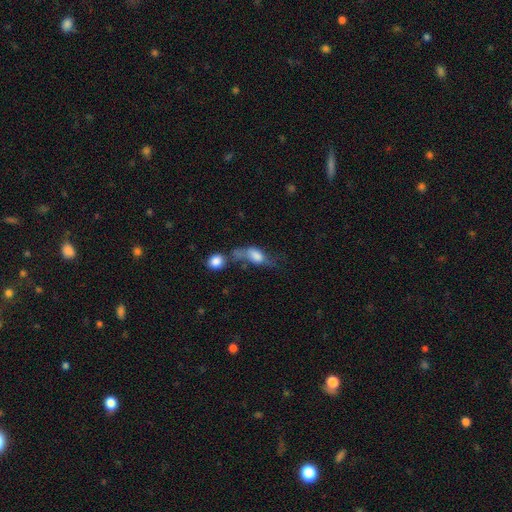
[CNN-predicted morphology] smooth 68%, featured or disk 22%, star or artifact 10%. Down the decision tree: how rounded — in between (77%); merging — merger (38%).